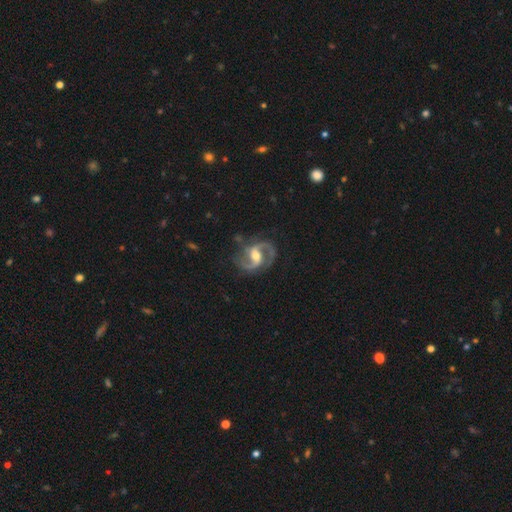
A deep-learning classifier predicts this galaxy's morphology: The model was most divided on "bar": weak: 48%, strong: 31%, no: 21%. More confident: edge-on disk — no (98%); spiral arms — yes (98%); spiral arm count — 2 (93%); smooth or featured — featured or disk (92%); merging — none (75%); bulge size — moderate (70%); spiral winding — medium (61%).